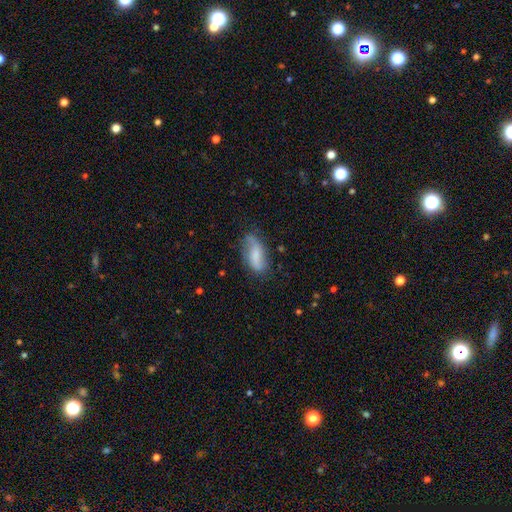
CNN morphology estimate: smooth_or_featured: smooth (p=0.51) [alt: featured or disk p=0.41]
how_rounded: in between (p=0.81) [alt: cigar-shaped p=0.15]
merging: none (p=0.63) [alt: minor disturbance p=0.26]